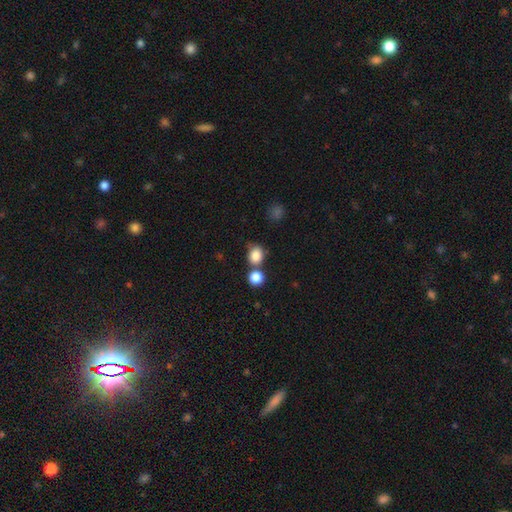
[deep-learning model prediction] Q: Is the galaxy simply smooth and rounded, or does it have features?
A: smooth — 84%.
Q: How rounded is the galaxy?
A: round — 70%.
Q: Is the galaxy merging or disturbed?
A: none — 58%.